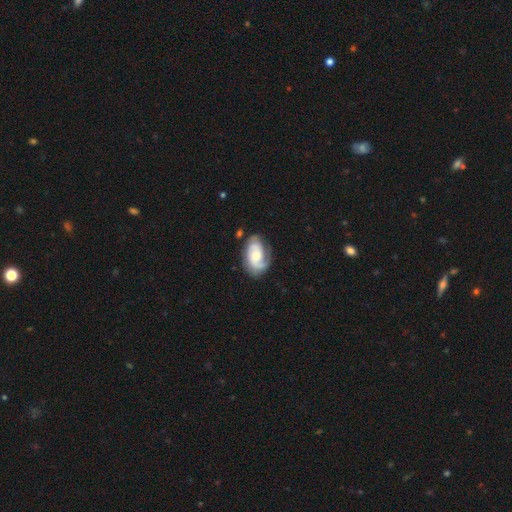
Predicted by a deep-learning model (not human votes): The model was most divided on "spiral winding": tight: 42%, medium: 40%, loose: 18%. More confident: edge-on disk — no (97%); spiral arms — yes (93%); smooth or featured — featured or disk (74%); bar — no (67%); merging — none (67%); spiral arm count — 2 (60%); bulge size — moderate (51%).